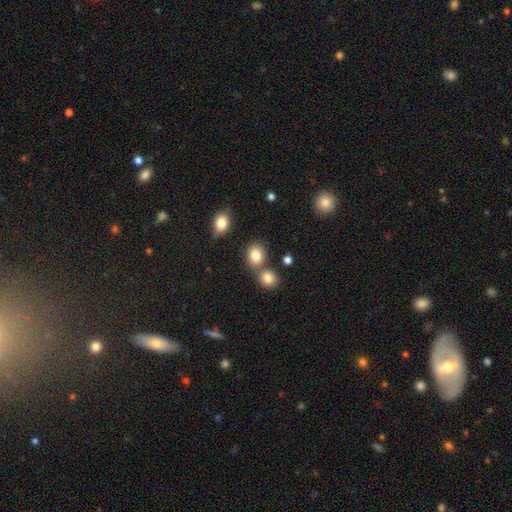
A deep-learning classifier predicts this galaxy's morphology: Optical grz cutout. It shows a smooth galaxy with no disk features (82%) that is round (68%). Merging: none (63%).